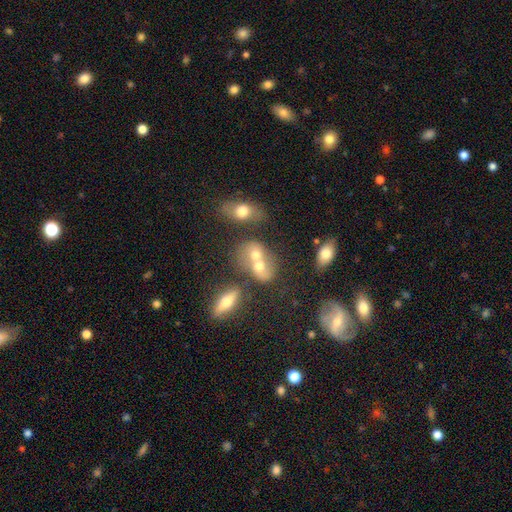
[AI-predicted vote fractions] Smooth or featured?
  - smooth: 51% *
  - featured or disk: 29%
  - star or artifact: 19%
How rounded?
  - in between: 59% *
  - round: 37%
  - cigar-shaped: 3%
Merging?
  - merger: 40% *
  - none: 38%
  - minor disturbance: 14%
  - major disturbance: 8%